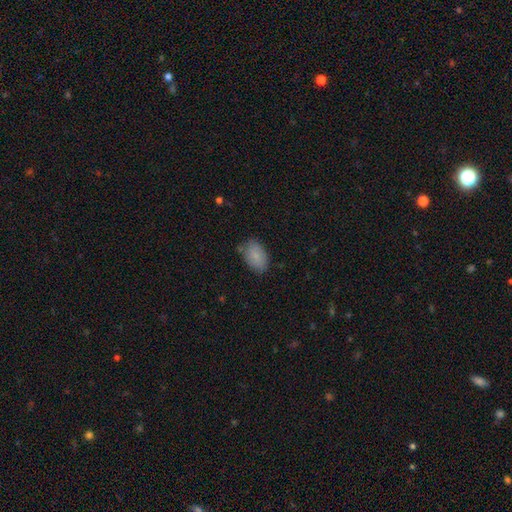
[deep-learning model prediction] Smooth or featured? smooth (85%)
How rounded? in between (93%)
Merging? none (76%)